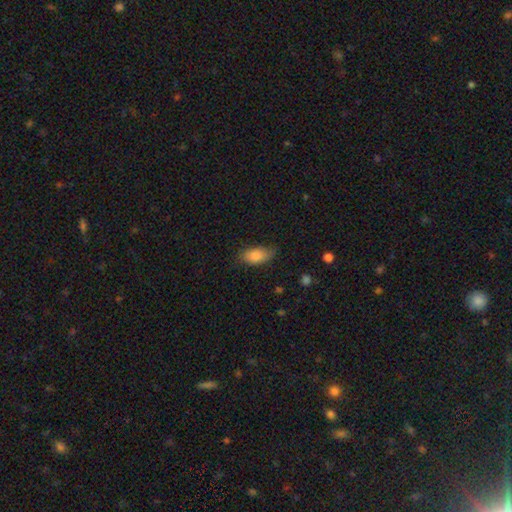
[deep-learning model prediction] smooth 85%, featured or disk 8%, star or artifact 7%. Down the decision tree: how rounded — in between (90%); merging — none (68%).